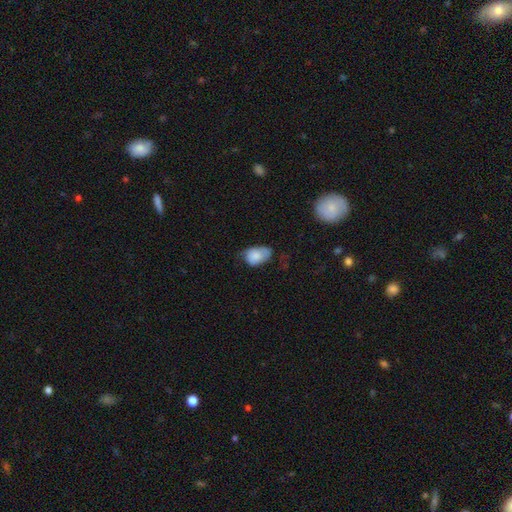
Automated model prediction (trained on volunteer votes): smooth-or-featured: smooth: 79% | featured or disk: 14% | star or artifact: 7%
  how-rounded: in between: 86% | round: 12% | cigar-shaped: 1%
  merging: minor disturbance: 44% | none: 38% | major disturbance: 16% | merger: 2%